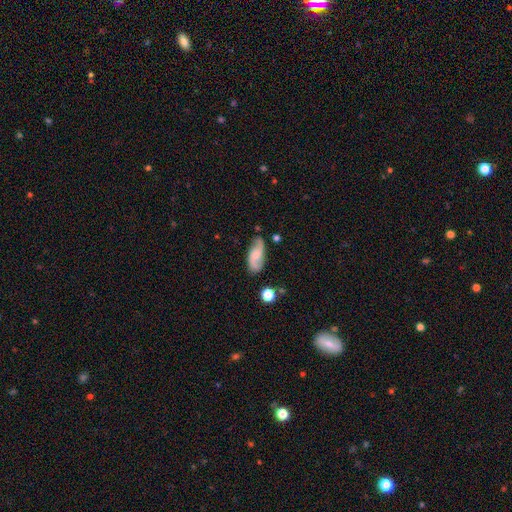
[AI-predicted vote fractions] This appears to be a featured or disk galaxy (62%) with no bar (56%), 2 (89%) loose (54%) spiral arms (93%) and a small central bulge (31%). Merging: none (74%).